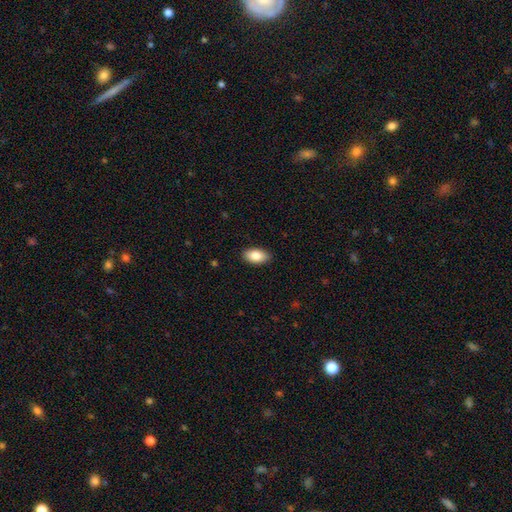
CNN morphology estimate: smooth_or_featured: smooth (p=0.84) [alt: featured or disk p=0.09]
how_rounded: in between (p=0.94) [alt: round p=0.04]
merging: none (p=0.89) [alt: minor disturbance p=0.09]